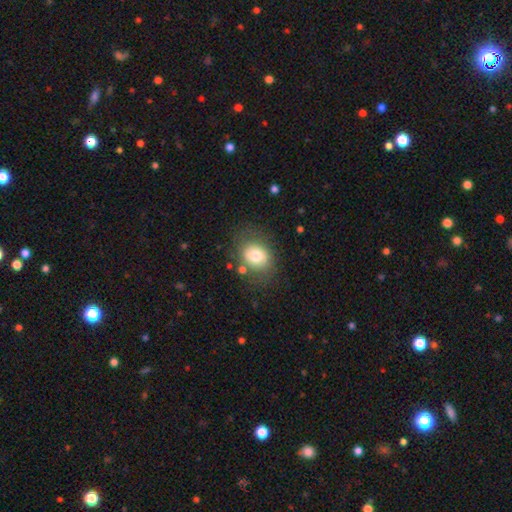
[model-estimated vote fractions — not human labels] Q: Smooth or featured?
A: smooth (73%); runner-up: featured or disk (17%)
Q: How rounded?
A: round (52%); runner-up: in between (47%)
Q: Merging?
A: none (72%); runner-up: minor disturbance (16%)